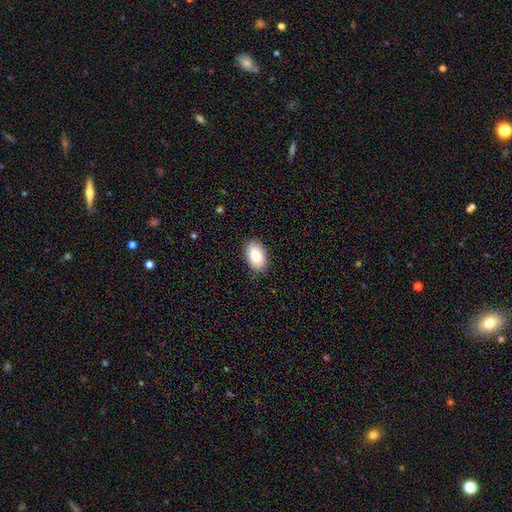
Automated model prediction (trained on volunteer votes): A smooth galaxy with no disk features (89%) that is in between round and cigar-shaped (94%). Merging: none (87%).